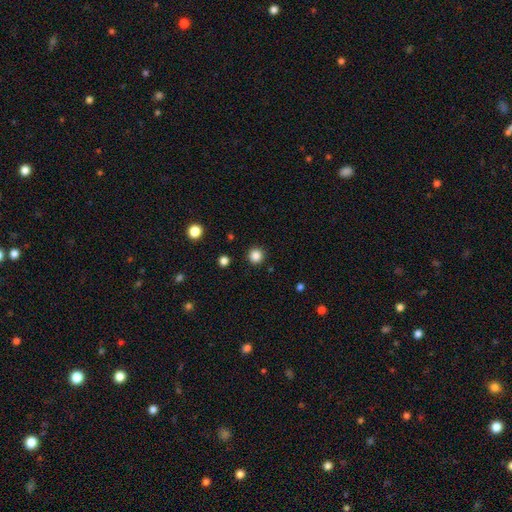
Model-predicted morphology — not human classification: Smooth or featured? Predicted: smooth (p=0.85). How rounded? Predicted: round (p=0.95). Merging? Predicted: none (p=0.91).